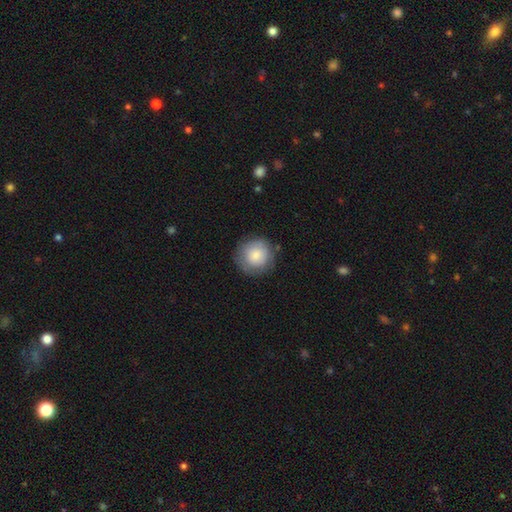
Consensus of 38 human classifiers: Smooth or featured: smooth — 79% (featured or disk — 13%)
How rounded: round — 97% (in between — 3%)
Merging: none — 91% (minor disturbance — 9%)